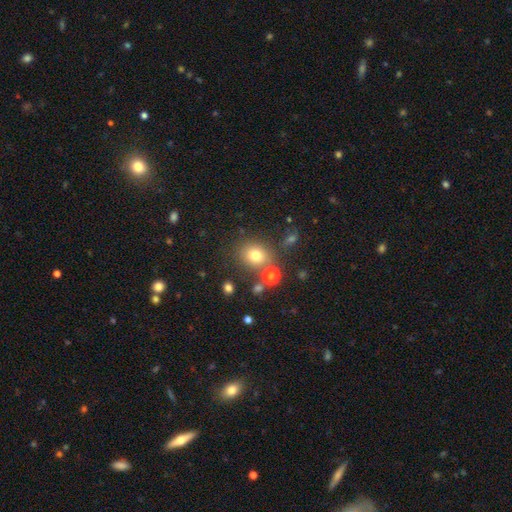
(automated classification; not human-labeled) smooth-or-featured: smooth: 74% | star or artifact: 16% | featured or disk: 10%
  how-rounded: round: 74% | in between: 25% | cigar-shaped: 1%
  merging: none: 74% | minor disturbance: 11% | merger: 10% | major disturbance: 5%